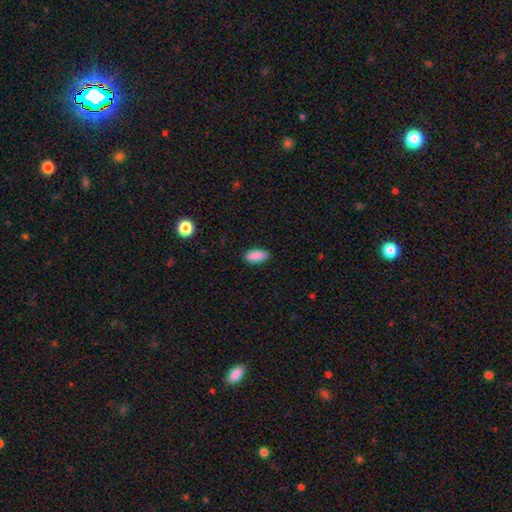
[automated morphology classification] Smooth or featured? Predicted: smooth (p=0.90). How rounded? Predicted: in between (p=0.88). Merging? Predicted: none (p=0.86).